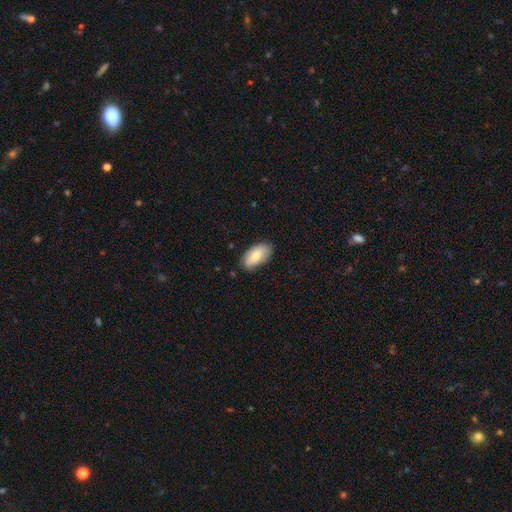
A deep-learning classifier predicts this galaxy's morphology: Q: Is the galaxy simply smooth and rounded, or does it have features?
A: smooth — 76%.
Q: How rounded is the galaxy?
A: in between — 94%.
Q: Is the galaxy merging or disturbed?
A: none — 78%.